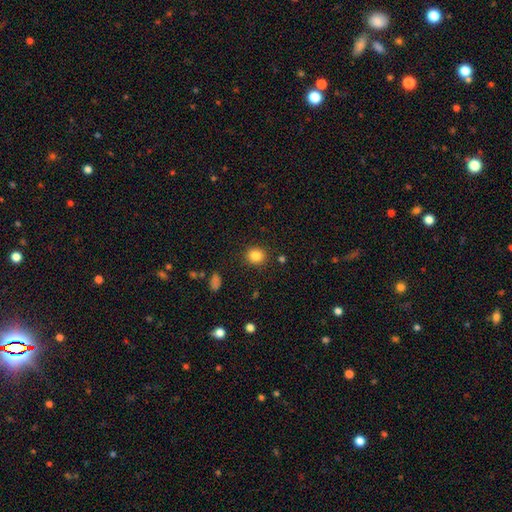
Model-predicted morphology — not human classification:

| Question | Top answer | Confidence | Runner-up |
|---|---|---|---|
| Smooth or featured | smooth | 84% | star or artifact (11%) |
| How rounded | round | 80% | in between (19%) |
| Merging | none | 88% | minor disturbance (7%) |